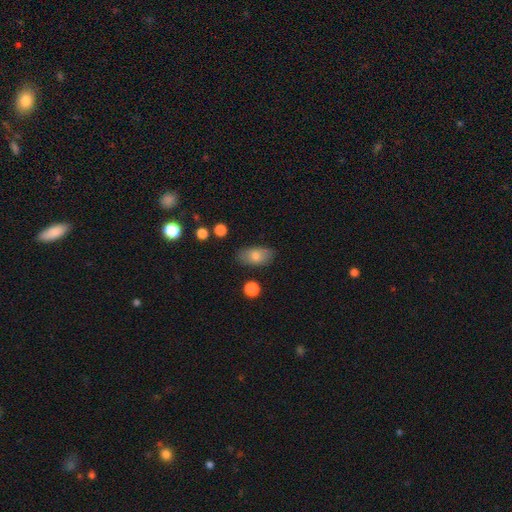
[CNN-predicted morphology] A smooth galaxy with no disk features (77%) that is in between round and cigar-shaped (89%).

Vote fractions:
- Smooth or featured? smooth: 77% / featured or disk: 15% / star or artifact: 8%
- How rounded? in between: 89% / round: 6% / cigar-shaped: 5%
- Merging? none: 82% / minor disturbance: 13% / major disturbance: 3% / merger: 2%